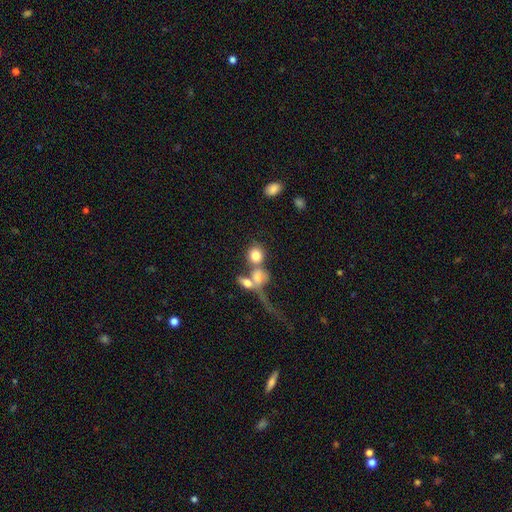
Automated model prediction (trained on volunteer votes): This is likely a smooth galaxy (75%). How rounded: likely round (77%). Merging: possibly merger (45%).